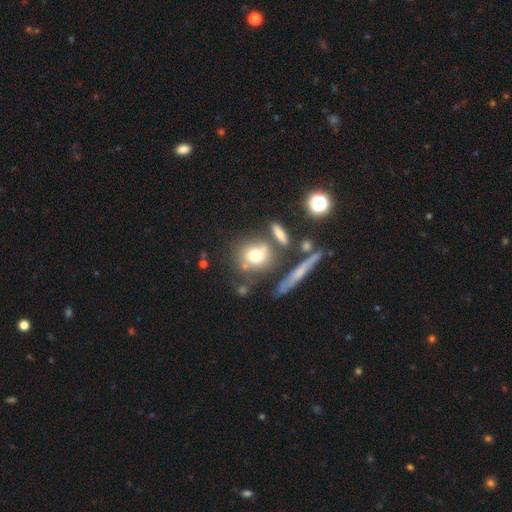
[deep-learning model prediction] A smooth galaxy with no disk features (69%) that is round (70%). Merging: none (59%).